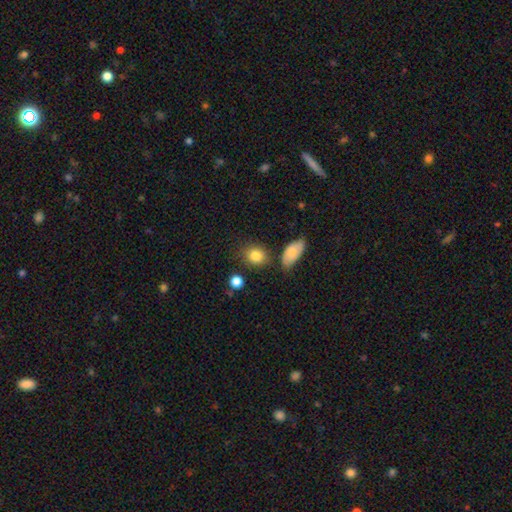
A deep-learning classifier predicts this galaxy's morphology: type=smooth (84%); roundness=round (59%); merging=none (75%).